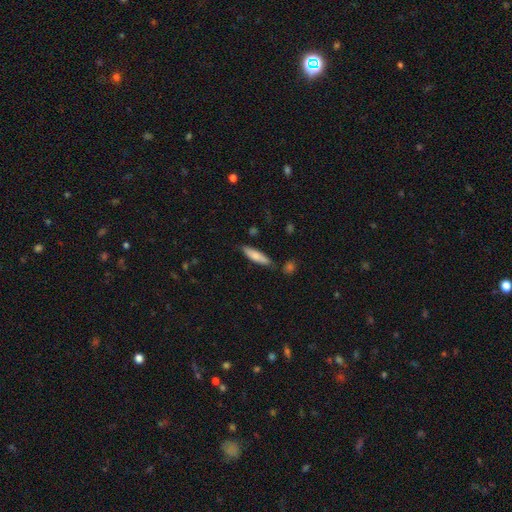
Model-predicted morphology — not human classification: This appears to be a smooth galaxy with no disk features (75%) that is cigar-shaped (69%). Merging: none (77%).